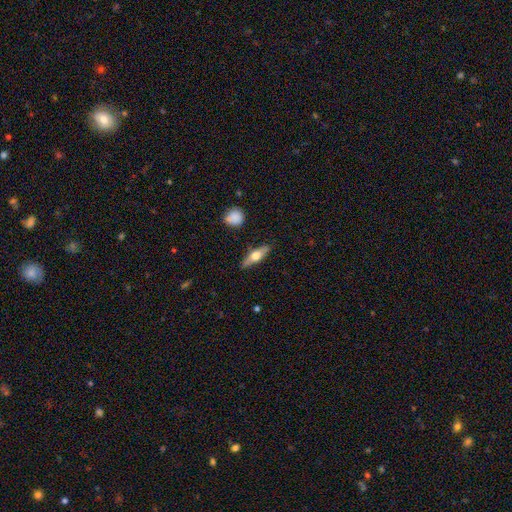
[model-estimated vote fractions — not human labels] Q: Smooth or featured?
A: smooth (50%); runner-up: featured or disk (44%)
Q: How rounded?
A: cigar-shaped (55%); runner-up: in between (42%)
Q: Merging?
A: none (85%); runner-up: minor disturbance (11%)